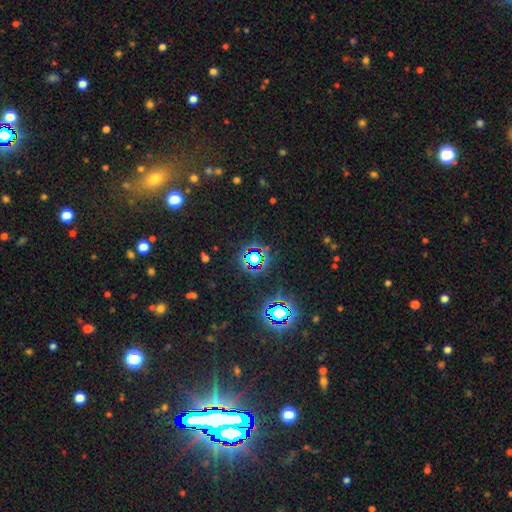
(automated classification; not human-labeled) This appears to be a star or artifact, not a galaxy (78%).